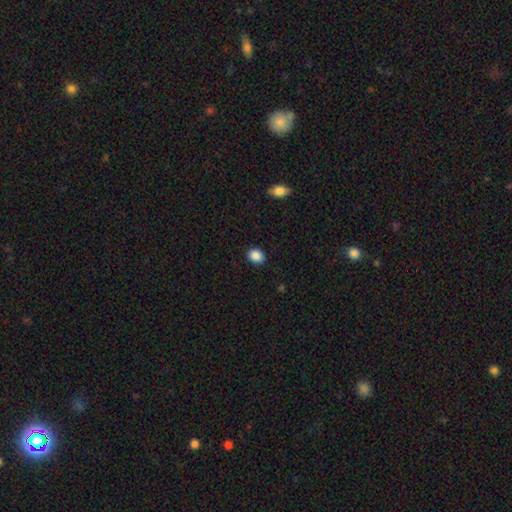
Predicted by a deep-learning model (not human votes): Smooth or featured?
  - smooth: 88% *
  - star or artifact: 9%
  - featured or disk: 3%
How rounded?
  - round: 51% *
  - in between: 48%
  - cigar-shaped: 1%
Merging?
  - none: 90% *
  - minor disturbance: 7%
  - major disturbance: 2%
  - merger: 1%